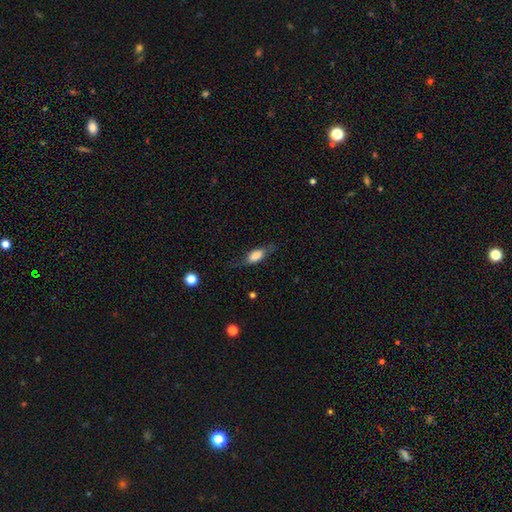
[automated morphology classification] A smooth galaxy with no disk features (67%) that is in between round and cigar-shaped (73%).

Vote fractions:
- Smooth or featured? smooth: 67% / featured or disk: 25% / star or artifact: 8%
- How rounded? in between: 73% / cigar-shaped: 23% / round: 4%
- Merging? none: 64% / minor disturbance: 23% / major disturbance: 11% / merger: 2%